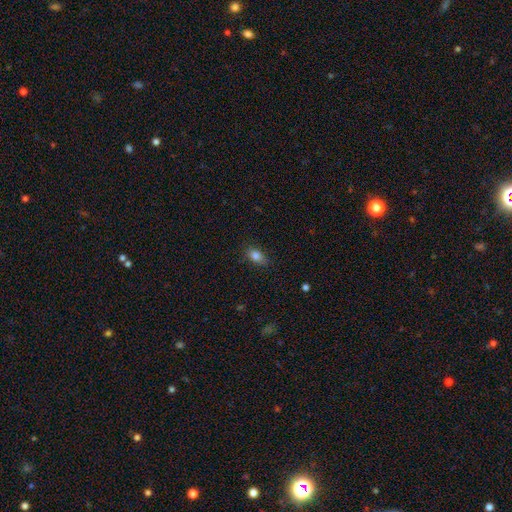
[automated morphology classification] The model was most divided on "merging": none: 81%, minor disturbance: 15%, major disturbance: 3%, merger: 1%. More confident: how rounded — in between (83%); smooth or featured — smooth (83%).